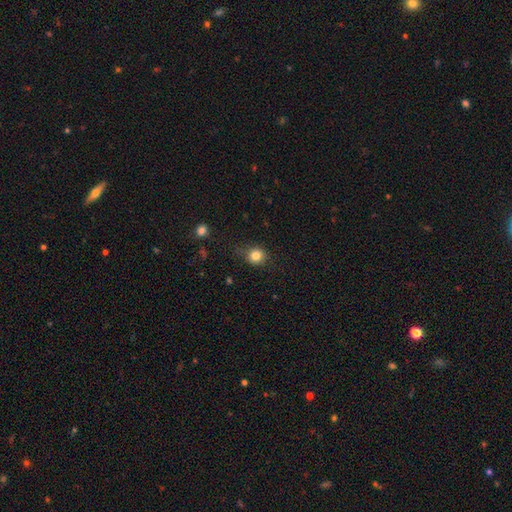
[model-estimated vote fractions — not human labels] Smooth or featured?
  - smooth: 82% *
  - star or artifact: 12%
  - featured or disk: 6%
How rounded?
  - round: 86% *
  - in between: 13%
  - cigar-shaped: 1%
Merging?
  - none: 78% *
  - minor disturbance: 16%
  - major disturbance: 4%
  - merger: 2%